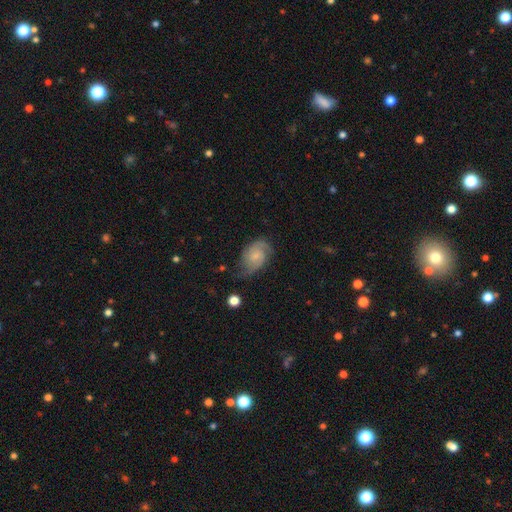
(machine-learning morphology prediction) featured or disk 72%, smooth 21%, star or artifact 7%. Down the decision tree: edge-on disk — no (97%); bar — no (66%); spiral arms — yes (94%); spiral arm count — 2 (78%); spiral winding — medium (45%); bulge size — small (58%); merging — none (60%).